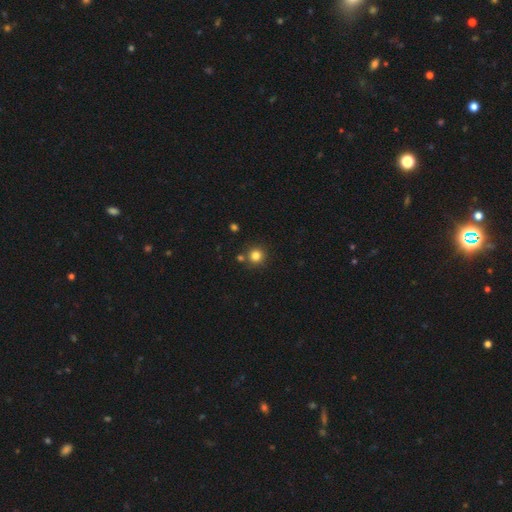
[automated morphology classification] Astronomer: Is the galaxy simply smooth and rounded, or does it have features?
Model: smooth — 82%.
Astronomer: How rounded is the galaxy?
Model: round — 94%.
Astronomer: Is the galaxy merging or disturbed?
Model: none — 80%.